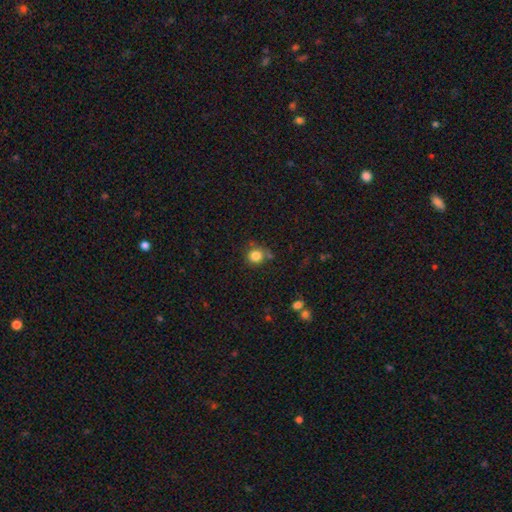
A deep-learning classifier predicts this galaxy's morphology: A smooth galaxy with no disk features (83%) that is round (88%).

Vote fractions:
- Smooth or featured? smooth: 83% / star or artifact: 12% / featured or disk: 5%
- How rounded? round: 88% / in between: 11% / cigar-shaped: 1%
- Merging? none: 73% / minor disturbance: 16% / merger: 7% / major disturbance: 4%